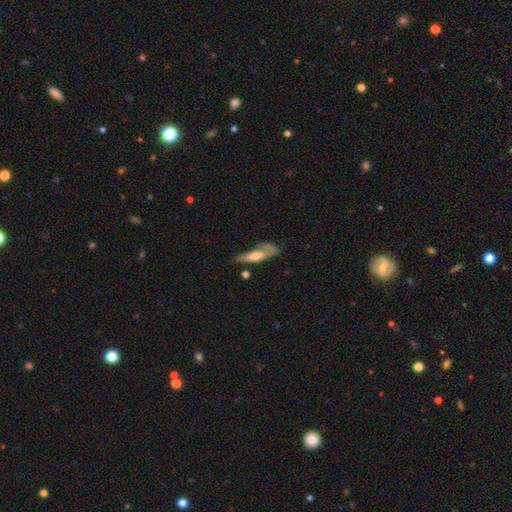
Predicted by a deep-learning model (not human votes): The model was most divided on "smooth or featured": smooth: 47%, featured or disk: 46%, star or artifact: 7%. Remaining: merging — none (43%).